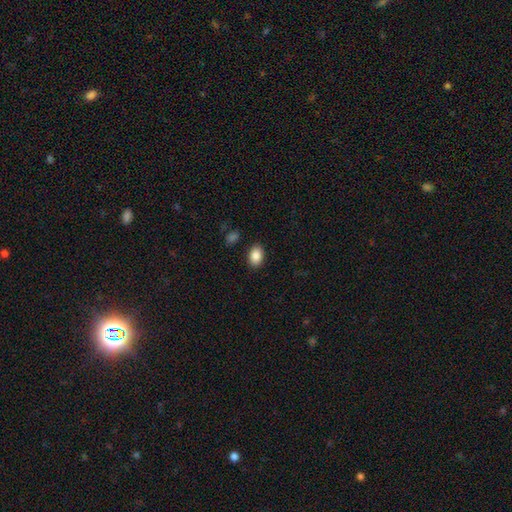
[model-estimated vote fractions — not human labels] A smooth galaxy with no disk features (88%) that is in between round and cigar-shaped (82%). Merging: none (88%).